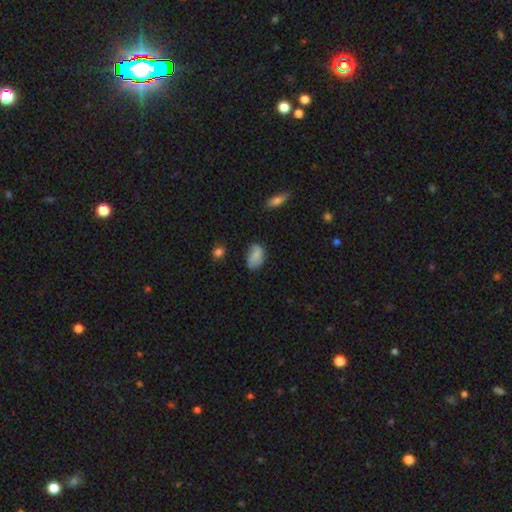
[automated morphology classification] Overall: smooth (78%). How rounded: in between (88%). Merging: none (61%; minor disturbance 29%).